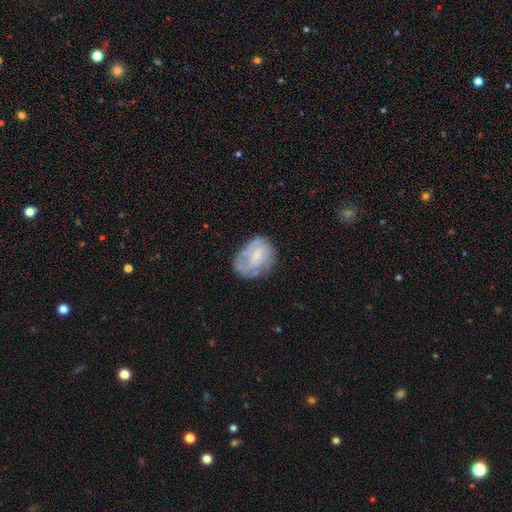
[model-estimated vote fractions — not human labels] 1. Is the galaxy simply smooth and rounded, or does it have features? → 55% featured or disk, 37% smooth, 8% star or artifact.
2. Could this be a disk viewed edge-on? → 97% no, 3% yes.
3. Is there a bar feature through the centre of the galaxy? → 49% no, 41% weak, 10% strong.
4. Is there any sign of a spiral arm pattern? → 57% yes, 43% no.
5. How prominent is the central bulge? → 65% small, 21% moderate, 11% none, 1% large, 1% dominant.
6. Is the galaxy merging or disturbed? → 56% none, 27% minor disturbance, 14% major disturbance, 2% merger.